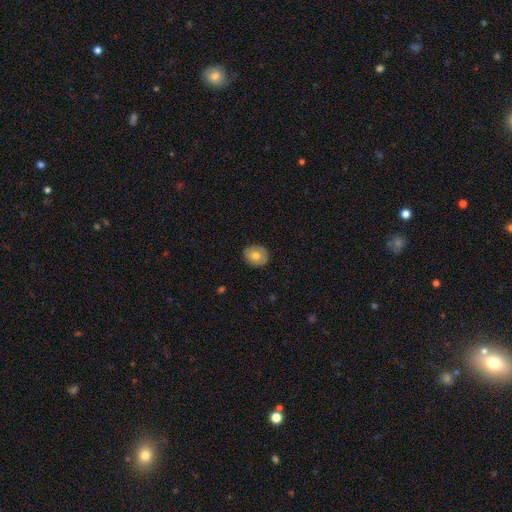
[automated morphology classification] Smooth or featured: smooth — 69% (featured or disk — 23%)
How rounded: round — 73% (in between — 26%)
Merging: none — 85% (minor disturbance — 12%)